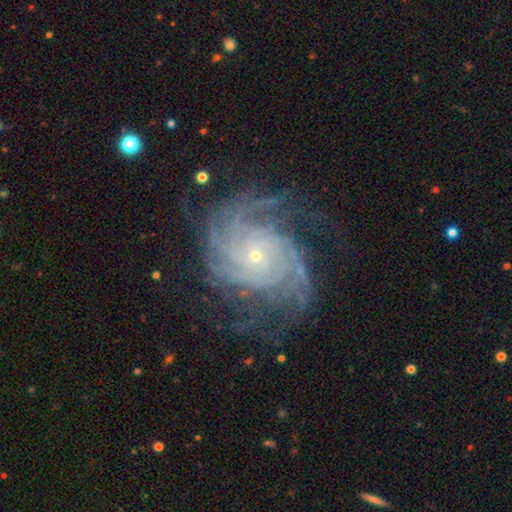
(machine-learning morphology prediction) A featured or disk galaxy (90%) with no bar (79%), more than 4 (28%) tight (69%) spiral arms (98%) and a small central bulge (84%).

Vote fractions:
- Smooth or featured? featured or disk: 90% / star or artifact: 6% / smooth: 4%
- Edge-on disk? no: 97% / yes: 3%
- Bar? no: 79% / weak: 16% / strong: 6%
- Spiral arms? yes: 98% / no: 2%
- Spiral winding? tight: 69% / medium: 26% / loose: 5%
- Spiral arm count? more than 4: 28% / 4: 25% / can't tell: 18% / 3: 12% / 2: 9% / 1: 7%
- Bulge size? small: 84% / moderate: 12% / large: 2% / none: 1% / dominant: 1%
- Merging? none: 69% / minor disturbance: 17% / major disturbance: 12% / merger: 1%